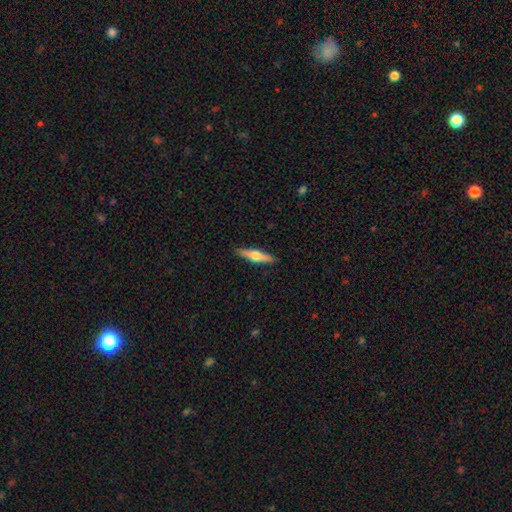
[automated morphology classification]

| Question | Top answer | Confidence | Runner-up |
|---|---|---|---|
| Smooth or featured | featured or disk | 55% | smooth (39%) |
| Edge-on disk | yes | 96% | no (4%) |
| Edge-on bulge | rounded | 93% | boxy (4%) |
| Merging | none | 90% | minor disturbance (7%) |